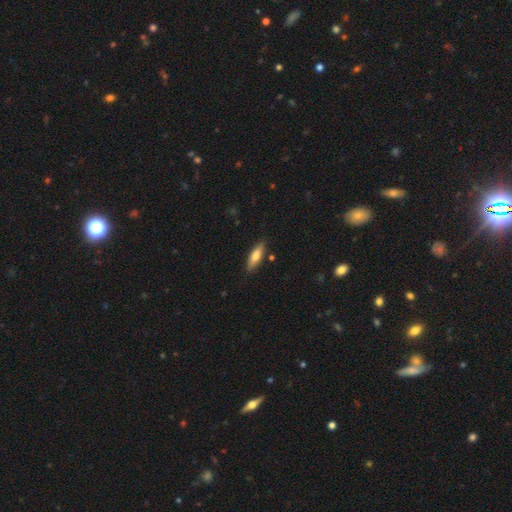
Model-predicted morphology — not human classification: Smooth or featured: smooth — 69% (featured or disk — 25%)
How rounded: cigar-shaped — 55% (in between — 43%)
Merging: none — 84% (minor disturbance — 12%)